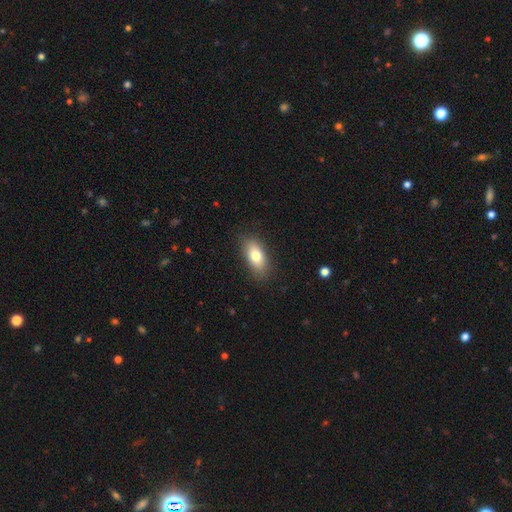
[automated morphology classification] A smooth galaxy with no disk features (77%) that is in between round and cigar-shaped (86%). Merging: none (85%).